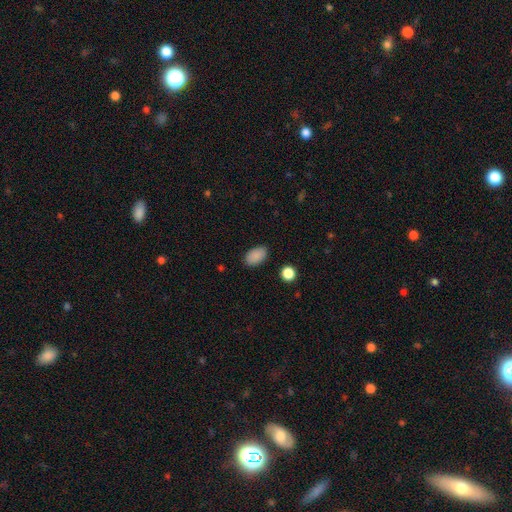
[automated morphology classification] This appears to be a smooth galaxy with no disk features (88%) that is in between round and cigar-shaped (91%). Merging: none (86%).